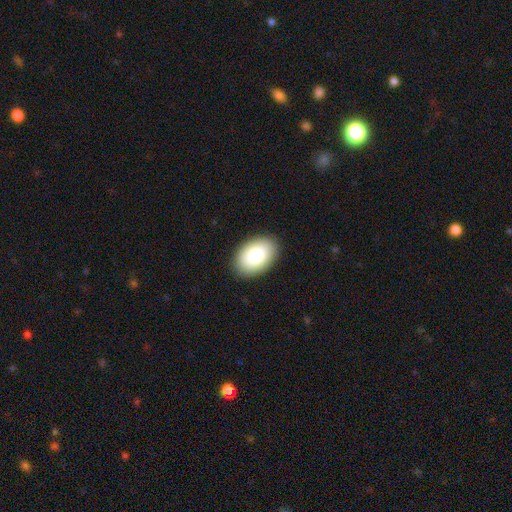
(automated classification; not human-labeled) Smooth or featured? smooth (83%)
How rounded? in between (89%)
Merging? none (89%)